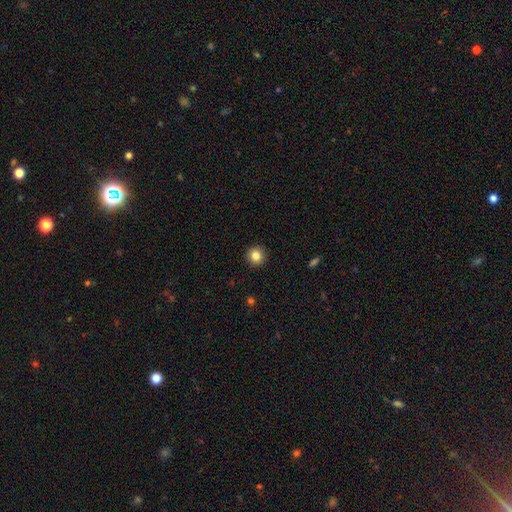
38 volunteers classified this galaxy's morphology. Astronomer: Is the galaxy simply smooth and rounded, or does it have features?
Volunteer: smooth — 92%.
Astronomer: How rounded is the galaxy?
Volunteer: round — 100%.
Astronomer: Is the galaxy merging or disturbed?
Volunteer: none — 95%.